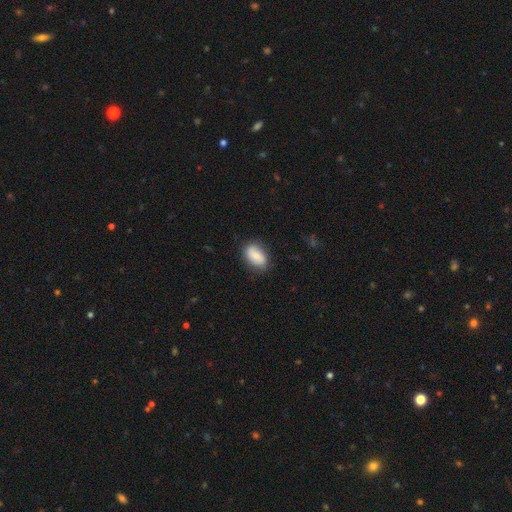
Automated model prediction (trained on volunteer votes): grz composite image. It shows a smooth galaxy with no disk features (68%) that is in between round and cigar-shaped (88%). Merging: none (77%).